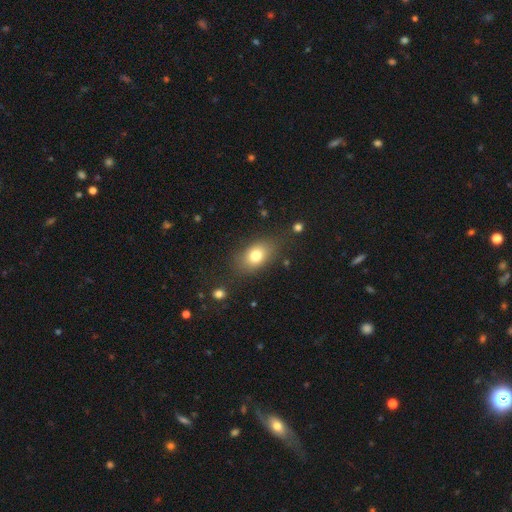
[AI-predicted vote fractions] Smooth or featured? smooth (78%)
How rounded? in between (78%)
Merging? none (77%)